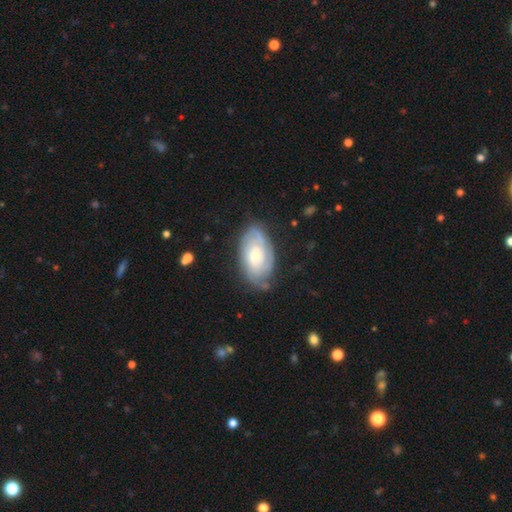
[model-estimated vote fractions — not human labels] Overall: featured or disk (69%). Edge-on disk: no (95%). Bar: no (70%). Spiral arms: yes (89%). Spiral arm count: can't tell (44%; 2 29%). Spiral winding: tight (65%; medium 27%). Bulge size: moderate (48%; small 32%). Merging: none (69%).